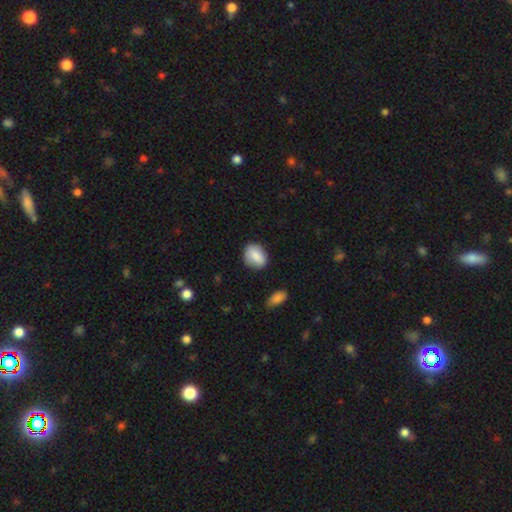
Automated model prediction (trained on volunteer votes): This appears to be a smooth galaxy with no disk features (82%) that is in between round and cigar-shaped (64%). Merging: none (76%).